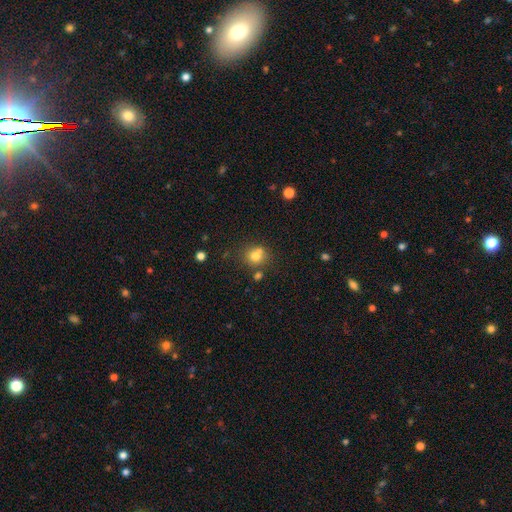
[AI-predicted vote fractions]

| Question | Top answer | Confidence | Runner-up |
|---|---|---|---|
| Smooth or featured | smooth | 74% | star or artifact (14%) |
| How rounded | round | 81% | in between (18%) |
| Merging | none | 56% | merger (29%) |